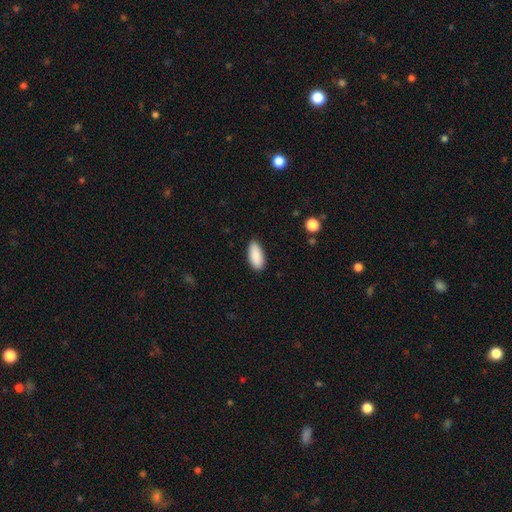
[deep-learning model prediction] smooth_or_featured: smooth (p=0.91) [alt: star or artifact p=0.06]
how_rounded: in between (p=0.90) [alt: cigar-shaped p=0.08]
merging: none (p=0.88) [alt: minor disturbance p=0.09]